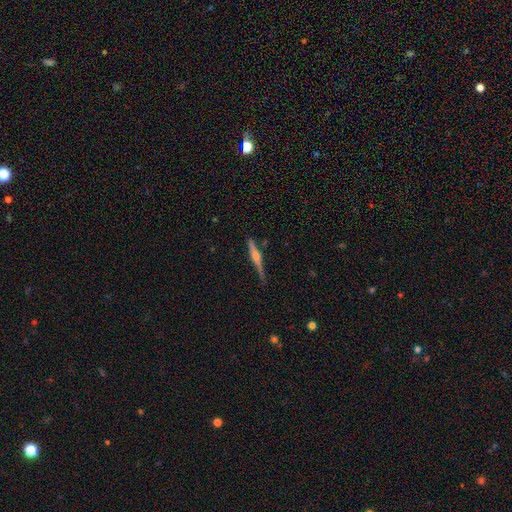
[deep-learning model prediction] featured or disk 80%, smooth 14%, star or artifact 6%. Down the decision tree: edge-on disk — yes (98%); edge-on bulge — rounded (88%); merging — none (84%).